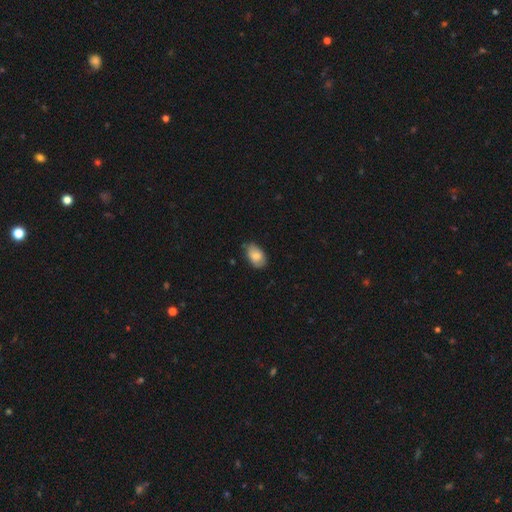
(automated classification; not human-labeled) This is likely a smooth galaxy (76%). How rounded: clearly in between (91%). Merging: likely none (64%).